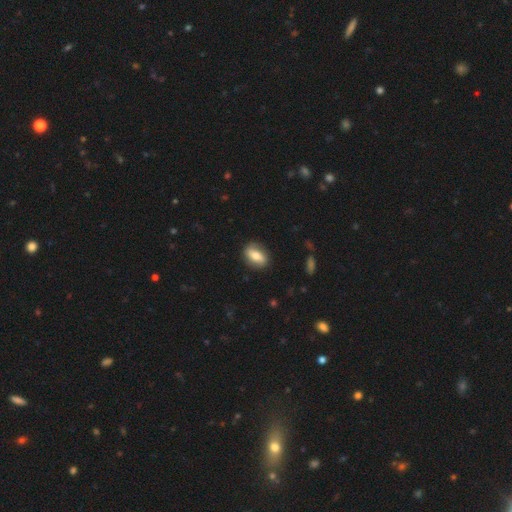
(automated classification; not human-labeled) Smooth or featured? smooth (59%)
How rounded? in between (81%)
Merging? none (83%)